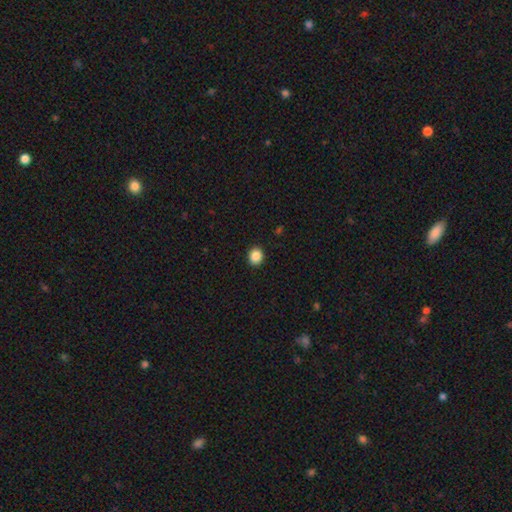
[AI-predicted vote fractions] smooth-or-featured: smooth: 87% | star or artifact: 9% | featured or disk: 3%
  how-rounded: round: 70% | in between: 29% | cigar-shaped: 1%
  merging: none: 91% | minor disturbance: 6% | major disturbance: 2% | merger: 1%